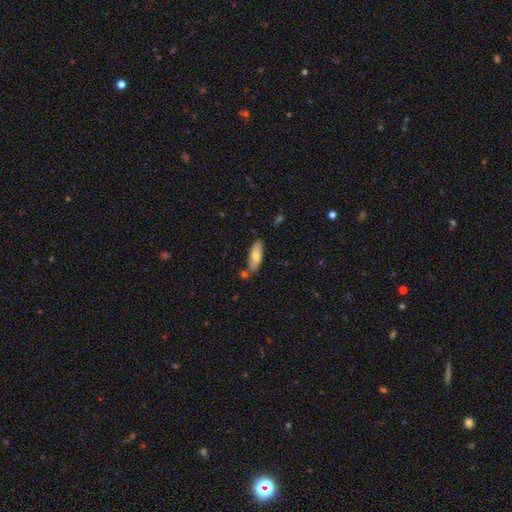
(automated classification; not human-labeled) A smooth galaxy with no disk features (75%) that is in between round and cigar-shaped (65%). Merging: none (74%).